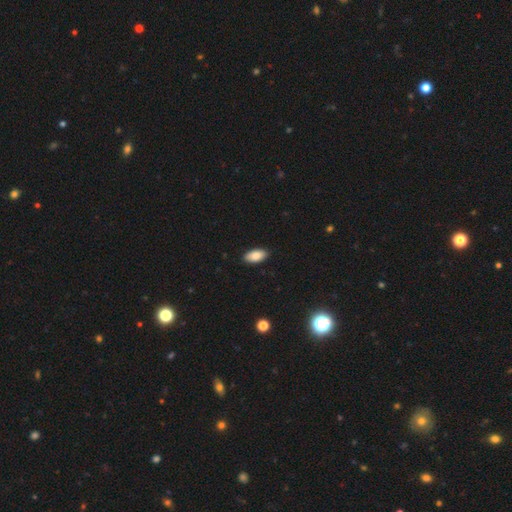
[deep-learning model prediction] Smooth or featured? Predicted: smooth (p=0.87). How rounded? Predicted: in between (p=0.93). Merging? Predicted: none (p=0.90).